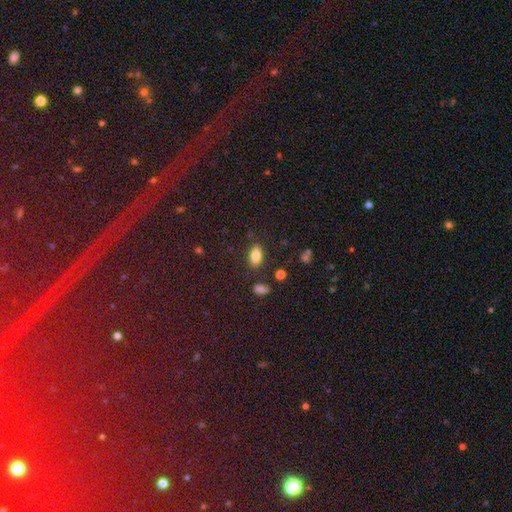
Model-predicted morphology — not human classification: This is clearly a smooth galaxy (82%). How rounded: clearly in between (89%). Merging: clearly none (83%).